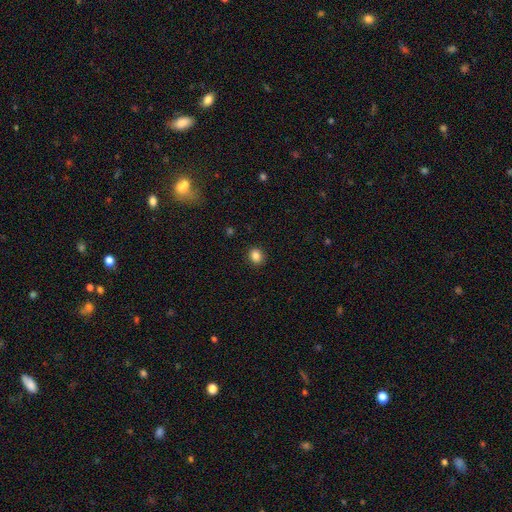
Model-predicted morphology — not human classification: Overall: smooth (85%). How rounded: round (64%; in between 35%). Merging: none (90%).